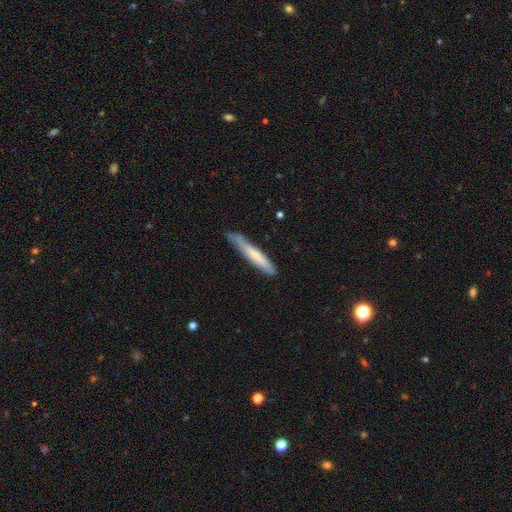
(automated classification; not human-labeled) smooth_or_featured: smooth (p=0.64) [alt: featured or disk p=0.31]
how_rounded: cigar-shaped (p=0.94) [alt: in between p=0.05]
merging: none (p=0.71) [alt: minor disturbance p=0.23]